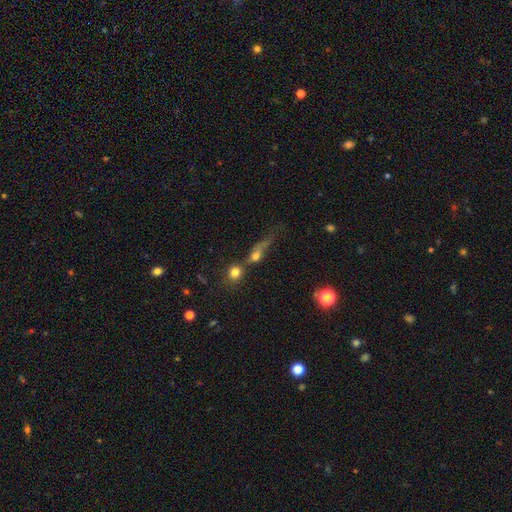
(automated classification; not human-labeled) smooth_or_featured: smooth (p=0.54) [alt: featured or disk p=0.27]
how_rounded: round (p=0.43) [alt: in between p=0.33]
merging: merger (p=0.41) [alt: none p=0.27]